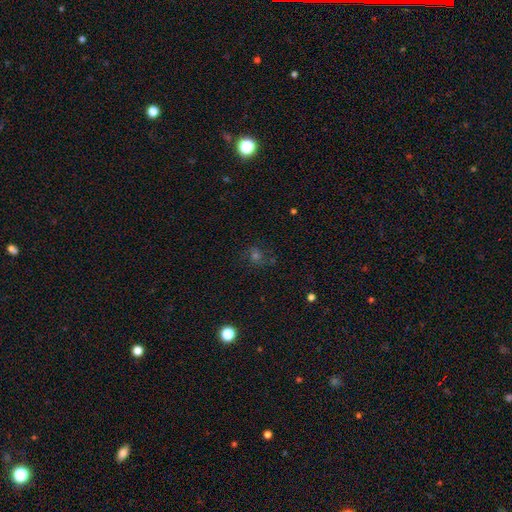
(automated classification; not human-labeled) smooth-or-featured: star or artifact: 37% | smooth: 36% | featured or disk: 27%